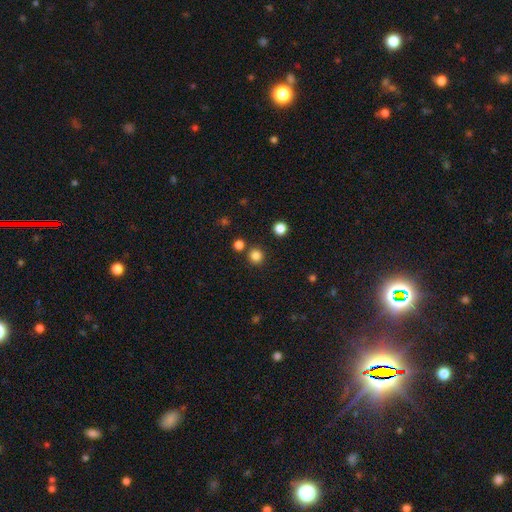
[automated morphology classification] This appears to be a smooth galaxy with no disk features (83%) that is round (94%). Merging: none (86%).